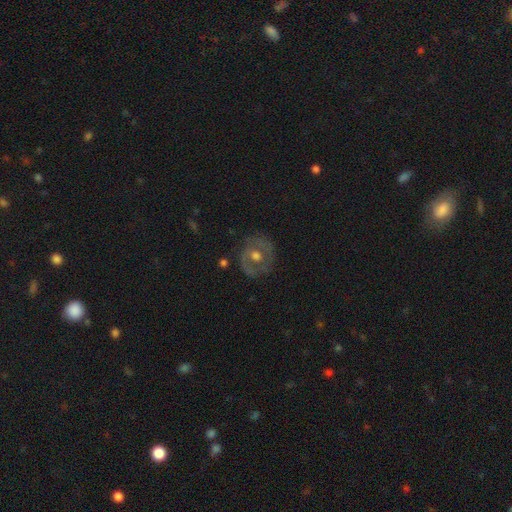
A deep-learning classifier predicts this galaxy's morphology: Q: Smooth or featured?
A: featured or disk (65%); runner-up: smooth (27%)
Q: Edge-on disk?
A: no (96%); runner-up: yes (4%)
Q: Bar?
A: no (66%); runner-up: weak (27%)
Q: Spiral arms?
A: no (53%); runner-up: yes (47%)
Q: Bulge size?
A: moderate (75%); runner-up: small (11%)
Q: Merging?
A: none (78%); runner-up: minor disturbance (15%)